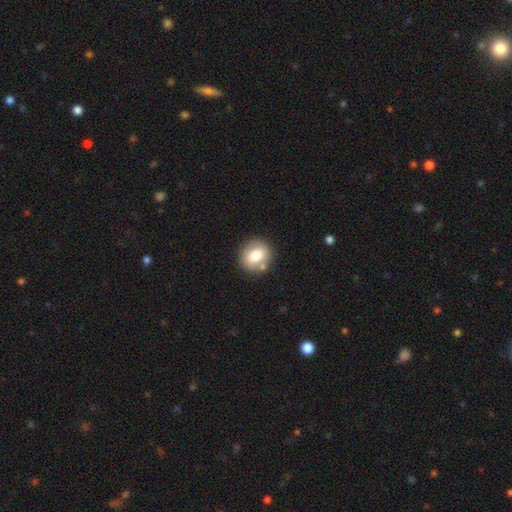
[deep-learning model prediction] smooth_or_featured: smooth (p=0.72) [alt: featured or disk p=0.20]
how_rounded: round (p=0.78) [alt: in between p=0.21]
merging: none (p=0.78) [alt: minor disturbance p=0.11]